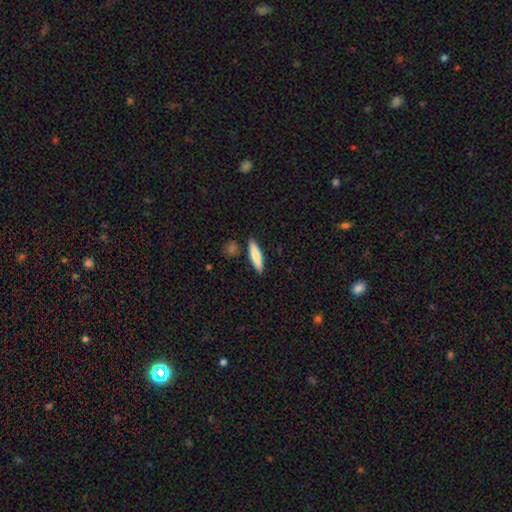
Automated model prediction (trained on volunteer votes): A smooth galaxy with no disk features (80%) that is cigar-shaped (80%). Merging: none (87%).